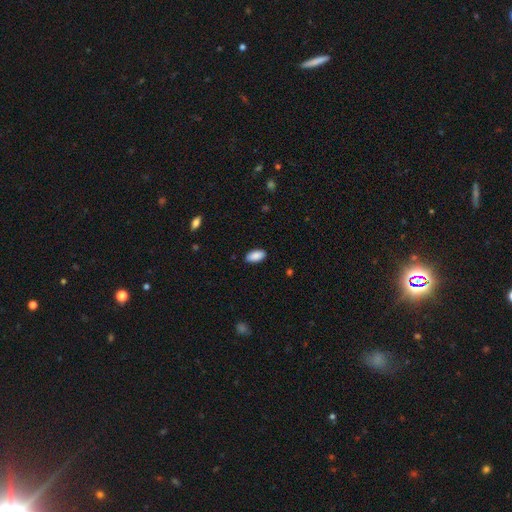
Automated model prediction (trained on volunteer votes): This is clearly a smooth galaxy (89%). How rounded: clearly in between (93%). Merging: clearly none (88%).